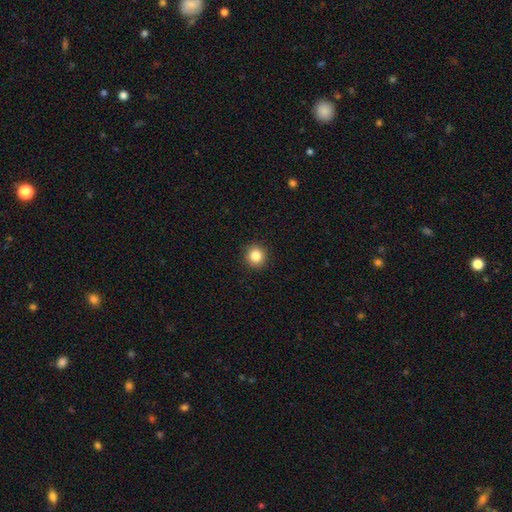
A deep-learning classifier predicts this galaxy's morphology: Smooth or featured? smooth (85%)
How rounded? round (92%)
Merging? none (92%)